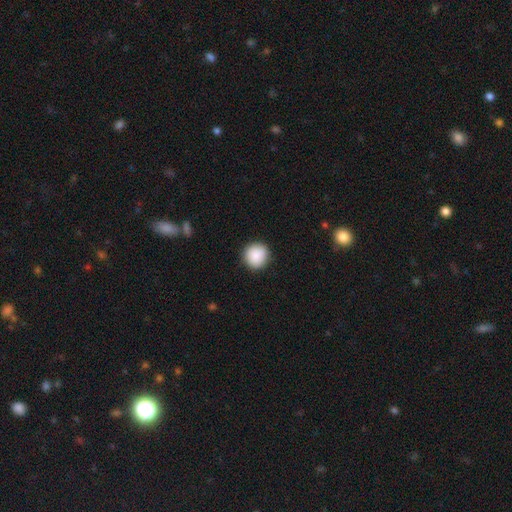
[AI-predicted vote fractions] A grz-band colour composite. It shows a smooth galaxy with no disk features (88%) that is round (94%). Merging: none (92%).